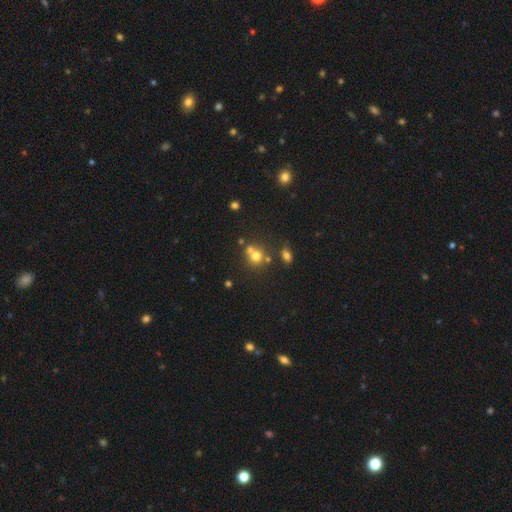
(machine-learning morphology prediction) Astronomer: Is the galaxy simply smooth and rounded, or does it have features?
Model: smooth — 67%.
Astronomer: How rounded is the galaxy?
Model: round — 83%.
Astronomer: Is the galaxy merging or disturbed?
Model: none — 50% (runner-up: merger, 36%).